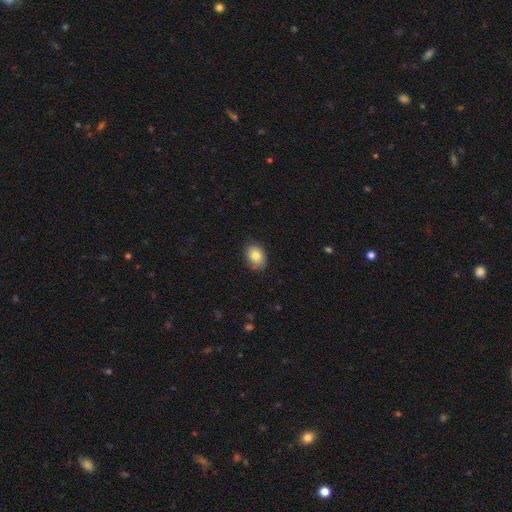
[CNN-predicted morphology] Smooth or featured? Predicted: smooth (p=0.80). How rounded? Predicted: in between (p=0.72). Merging? Predicted: none (p=0.82).